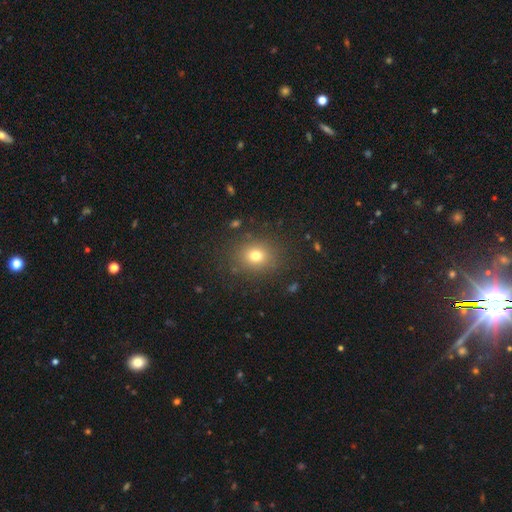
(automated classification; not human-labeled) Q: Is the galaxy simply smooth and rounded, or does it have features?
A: smooth — 74%.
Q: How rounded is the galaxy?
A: round — 68%.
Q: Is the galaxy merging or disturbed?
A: none — 85%.